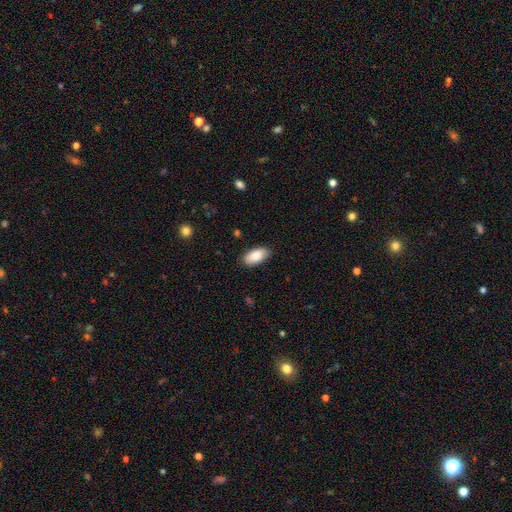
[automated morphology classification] smooth 87%, featured or disk 7%, star or artifact 6%. Down the decision tree: how rounded — in between (94%); merging — none (86%).